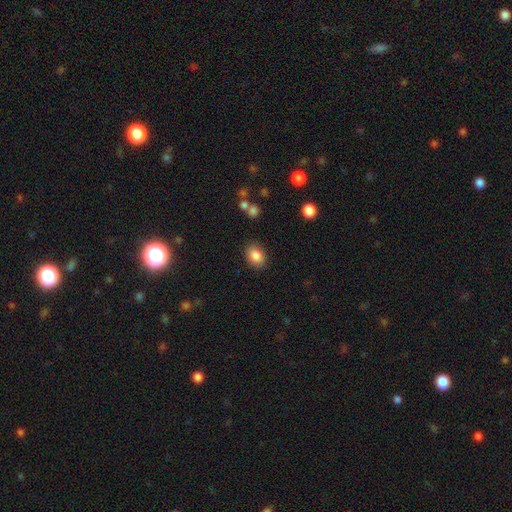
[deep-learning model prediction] smooth_or_featured: smooth (p=0.86) [alt: star or artifact p=0.09]
how_rounded: in between (p=0.71) [alt: round p=0.28]
merging: none (p=0.86) [alt: minor disturbance p=0.09]